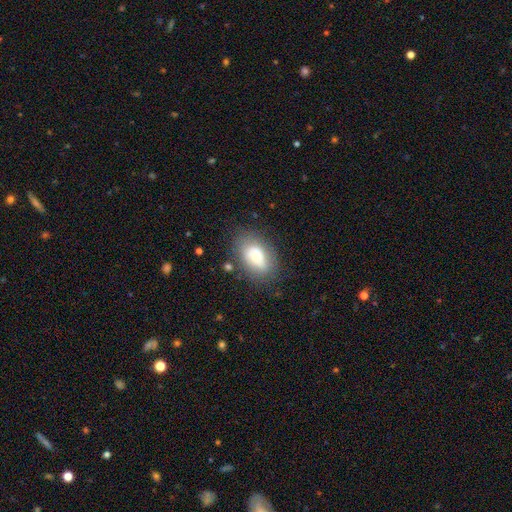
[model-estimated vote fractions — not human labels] This appears to be a smooth galaxy with no disk features (68%) that is in between round and cigar-shaped (87%). Merging: none (72%).